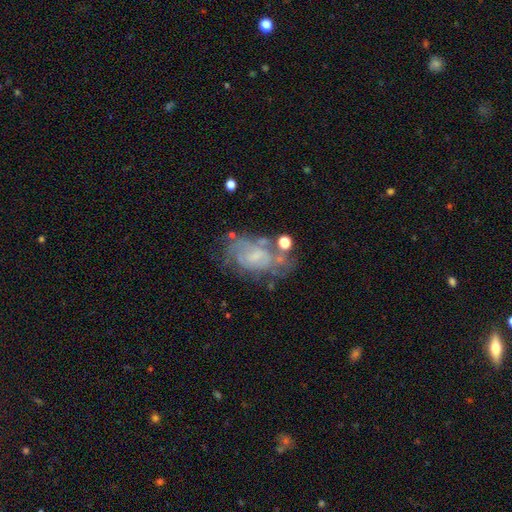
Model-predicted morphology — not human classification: smooth-or-featured: featured or disk: 65% | smooth: 25% | star or artifact: 10%
  disk-edge-on: no: 96% | yes: 4%
    bar: no: 57% | weak: 35% | strong: 7%
    has-spiral-arms: yes: 60% | no: 40%
    bulge-size: small: 42% | none: 34% | moderate: 20% | large: 3% | dominant: 1%
  merging: none: 45% | minor disturbance: 24% | major disturbance: 21% | merger: 10%